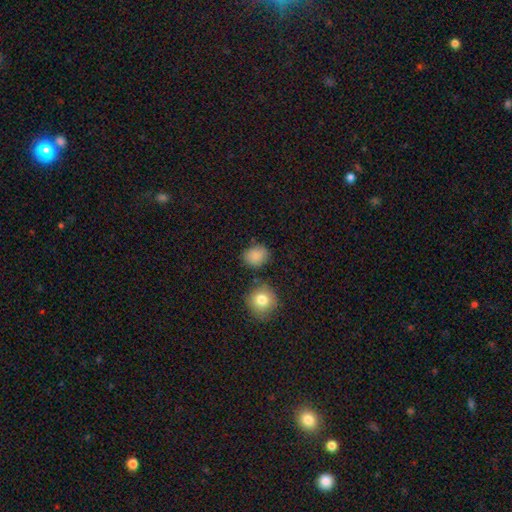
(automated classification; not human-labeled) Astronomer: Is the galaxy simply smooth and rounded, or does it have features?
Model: smooth — 84%.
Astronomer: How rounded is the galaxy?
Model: round — 58% (runner-up: in between, 41%).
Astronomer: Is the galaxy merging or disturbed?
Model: none — 75%.